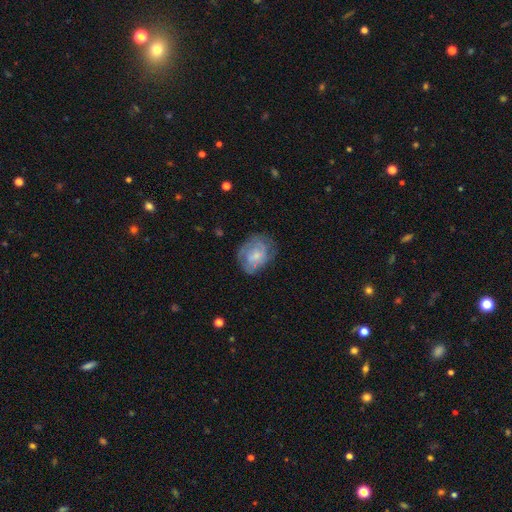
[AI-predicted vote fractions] Q: Smooth or featured?
A: featured or disk (53%); runner-up: smooth (39%)
Q: Edge-on disk?
A: no (97%); runner-up: yes (3%)
Q: Bar?
A: no (63%); runner-up: weak (32%)
Q: Spiral arms?
A: yes (65%); runner-up: no (35%)
Q: Bulge size?
A: small (51%); runner-up: moderate (25%)
Q: Merging?
A: none (59%); runner-up: minor disturbance (25%)